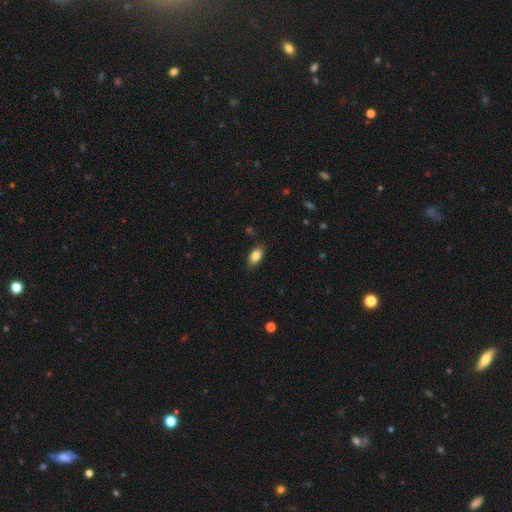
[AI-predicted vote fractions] A smooth galaxy with no disk features (83%) that is in between round and cigar-shaped (89%).

Vote fractions:
- Smooth or featured? smooth: 83% / featured or disk: 9% / star or artifact: 8%
- How rounded? in between: 89% / round: 7% / cigar-shaped: 4%
- Merging? none: 84% / minor disturbance: 12% / major disturbance: 2% / merger: 1%